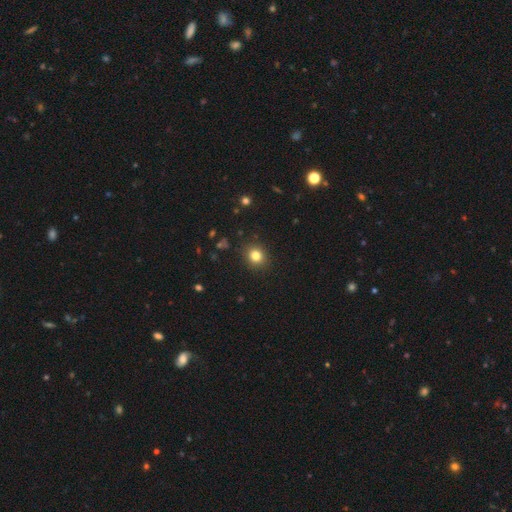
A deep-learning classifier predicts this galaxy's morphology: Q: Smooth or featured?
A: smooth (81%); runner-up: star or artifact (12%)
Q: How rounded?
A: round (77%); runner-up: in between (22%)
Q: Merging?
A: none (89%); runner-up: minor disturbance (7%)